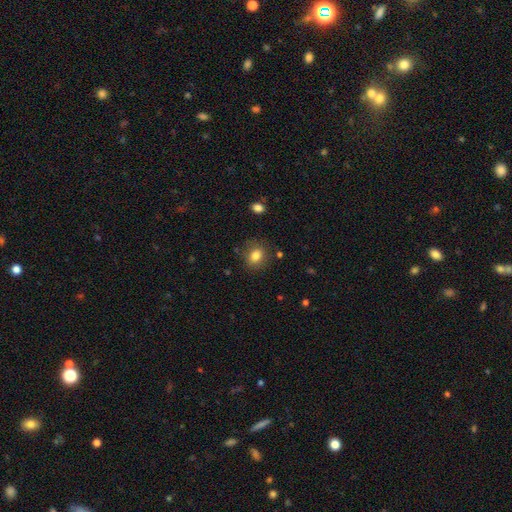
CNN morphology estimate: Smooth or featured? smooth (82%)
How rounded? round (55%)
Merging? none (82%)